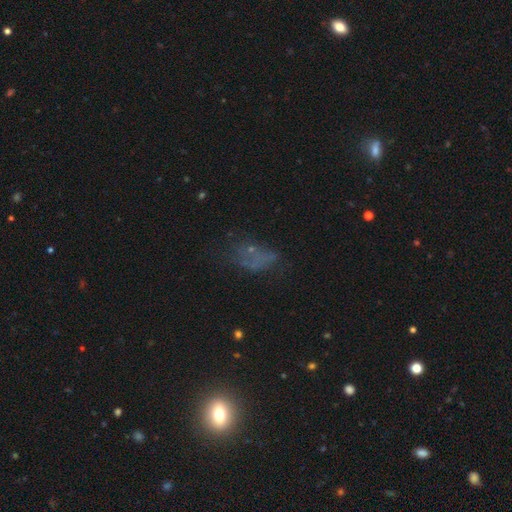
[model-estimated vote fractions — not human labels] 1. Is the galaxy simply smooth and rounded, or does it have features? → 37% smooth, 33% star or artifact, 30% featured or disk.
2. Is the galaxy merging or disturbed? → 45% none, 27% major disturbance, 21% minor disturbance, 7% merger.